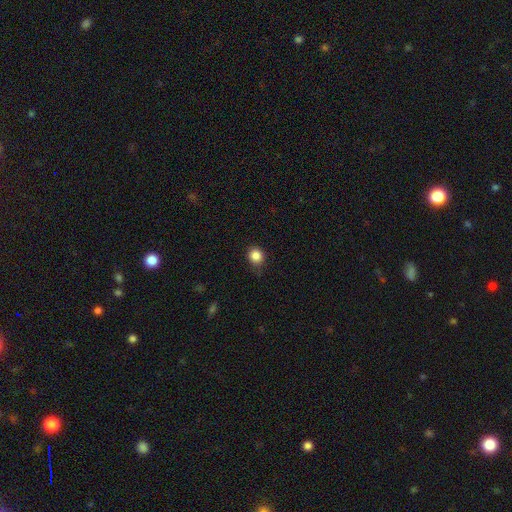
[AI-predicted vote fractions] smooth_or_featured: smooth (p=0.85) [alt: star or artifact p=0.11]
how_rounded: round (p=0.84) [alt: in between p=0.15]
merging: none (p=0.80) [alt: minor disturbance p=0.16]